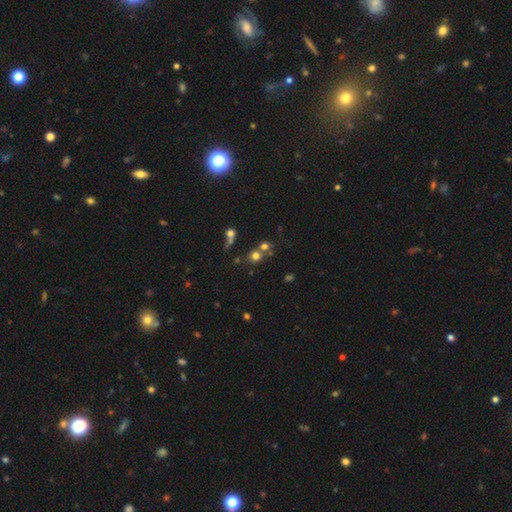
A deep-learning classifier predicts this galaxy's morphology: smooth 65%, star or artifact 23%, featured or disk 12%. Down the decision tree: how rounded — round (87%); merging — none (56%).